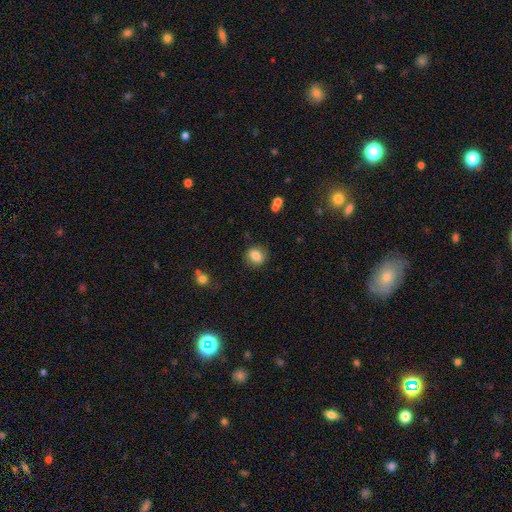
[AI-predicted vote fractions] This appears to be a smooth galaxy with no disk features (80%) that is round (64%). Merging: none (85%).